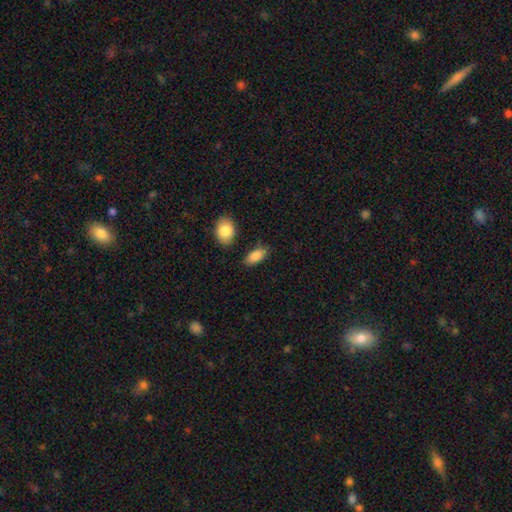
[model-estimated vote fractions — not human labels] Overall: smooth (87%). How rounded: in between (90%). Merging: none (77%).